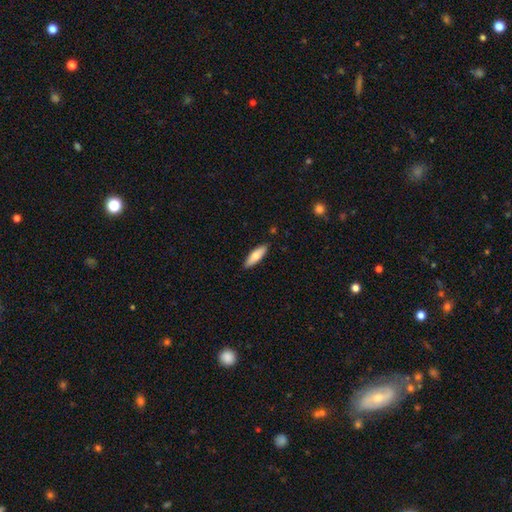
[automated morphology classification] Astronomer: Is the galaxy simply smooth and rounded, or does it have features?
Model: smooth — 73%.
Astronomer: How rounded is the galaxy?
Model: cigar-shaped — 49%, tied with in between at 49%.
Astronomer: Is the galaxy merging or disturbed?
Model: none — 87%.